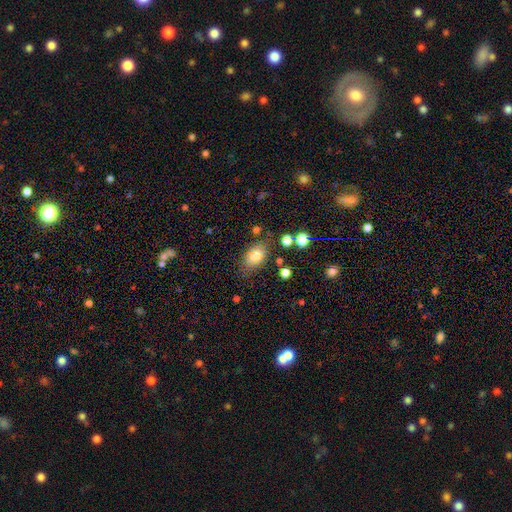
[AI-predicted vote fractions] Overall: smooth (78%). How rounded: in between (81%). Merging: none (75%).